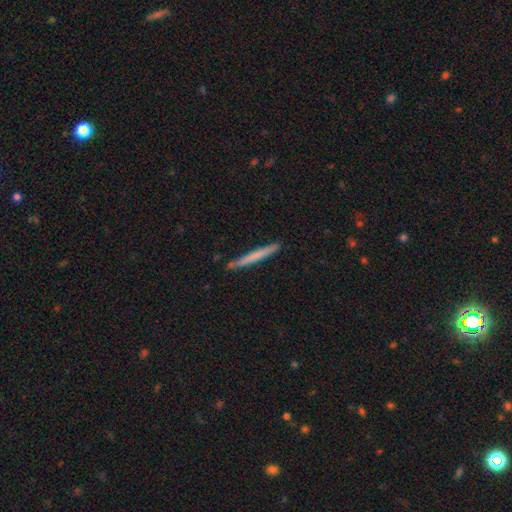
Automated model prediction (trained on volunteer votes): smooth-or-featured: smooth: 61% | featured or disk: 34% | star or artifact: 6%
  how-rounded: cigar-shaped: 97% | in between: 2% | round: 1%
  merging: none: 87% | minor disturbance: 9% | merger: 2% | major disturbance: 2%